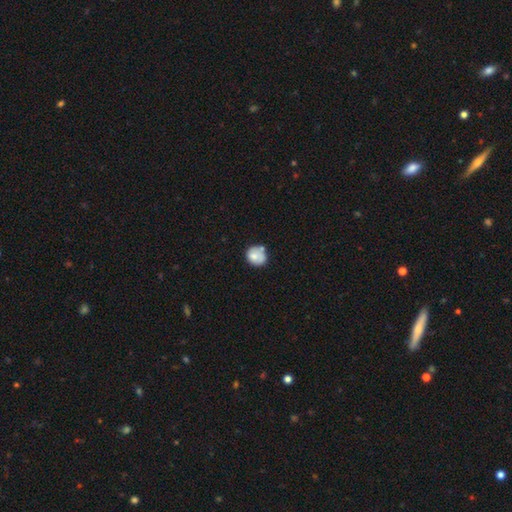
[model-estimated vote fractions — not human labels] Overall: smooth (74%). How rounded: round (78%). Merging: none (55%; minor disturbance 24%).